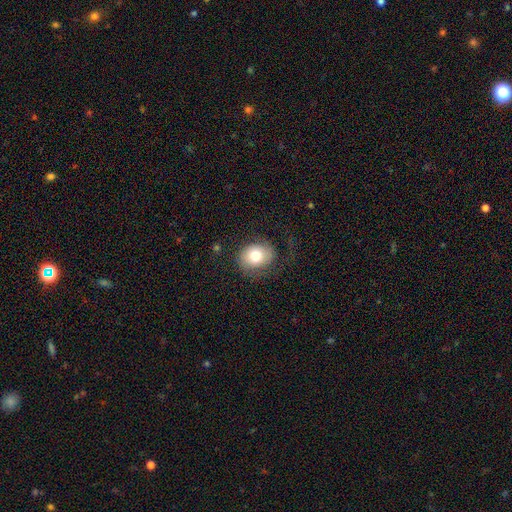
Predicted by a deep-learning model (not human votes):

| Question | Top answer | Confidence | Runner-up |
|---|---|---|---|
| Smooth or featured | smooth | 73% | featured or disk (19%) |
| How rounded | round | 53% | in between (46%) |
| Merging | none | 65% | minor disturbance (19%) |